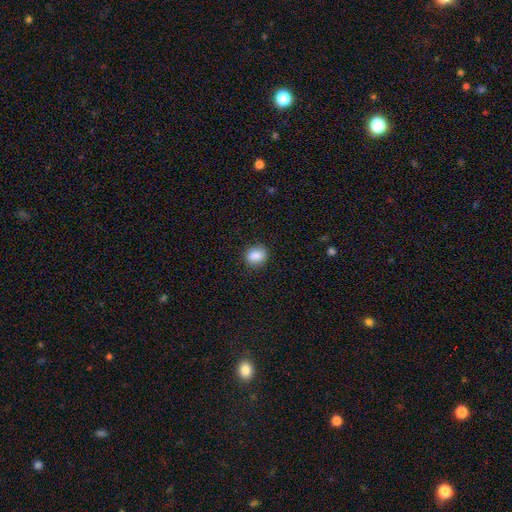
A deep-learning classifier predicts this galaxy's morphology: This is clearly a smooth galaxy (87%). How rounded: likely round (65%). Merging: clearly none (87%).